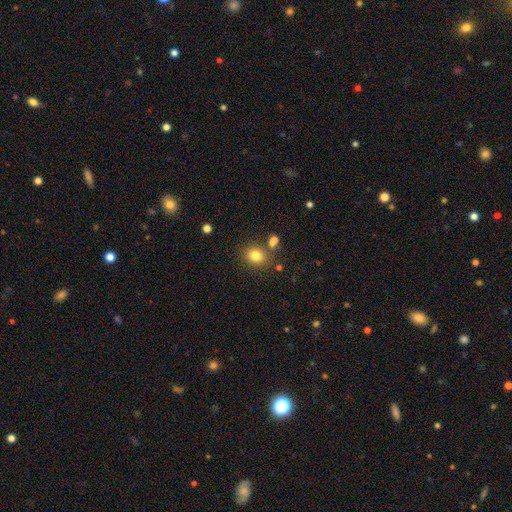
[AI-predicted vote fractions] The model was most divided on "how rounded": round: 51%, in between: 48%, cigar-shaped: 1%. More confident: smooth or featured — smooth (81%); merging — none (74%).